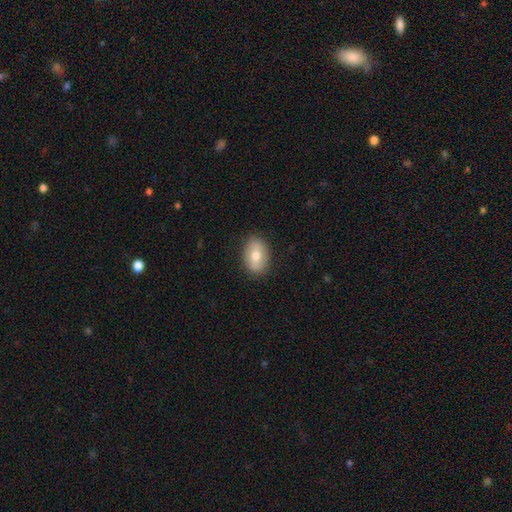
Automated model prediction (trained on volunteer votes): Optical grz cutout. It shows a smooth galaxy with no disk features (66%) that is in between round and cigar-shaped (83%). Merging: none (85%).